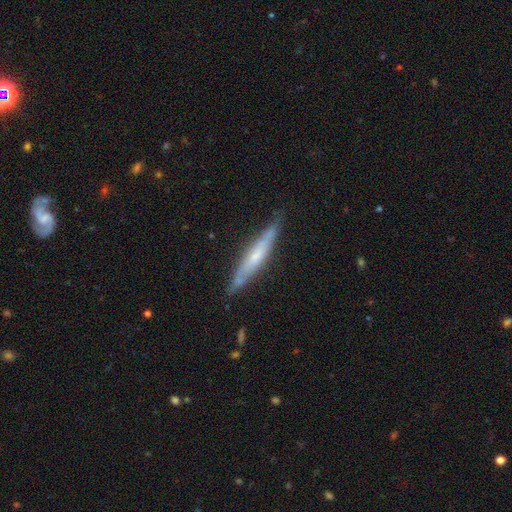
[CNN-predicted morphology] smooth_or_featured: featured or disk (p=0.58) [alt: smooth p=0.36]
disk_edge_on: yes (p=0.86) [alt: no p=0.14]
merging: none (p=0.78) [alt: minor disturbance p=0.17]